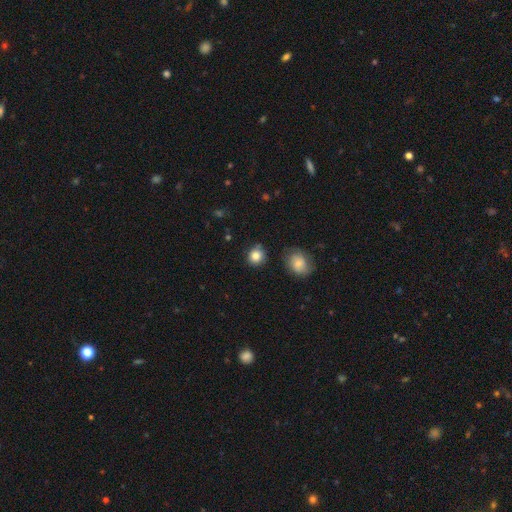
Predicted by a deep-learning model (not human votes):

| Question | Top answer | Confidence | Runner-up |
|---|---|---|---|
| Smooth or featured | smooth | 84% | star or artifact (10%) |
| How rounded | round | 87% | in between (12%) |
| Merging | none | 82% | minor disturbance (12%) |